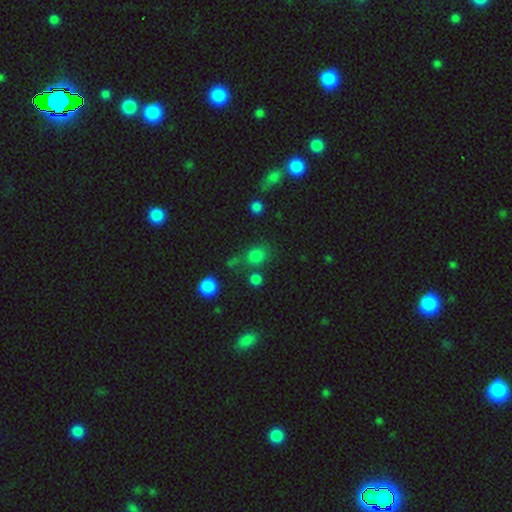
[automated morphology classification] Q: Smooth or featured?
A: smooth (77%); runner-up: star or artifact (17%)
Q: How rounded?
A: round (73%); runner-up: in between (26%)
Q: Merging?
A: none (65%); runner-up: minor disturbance (14%)